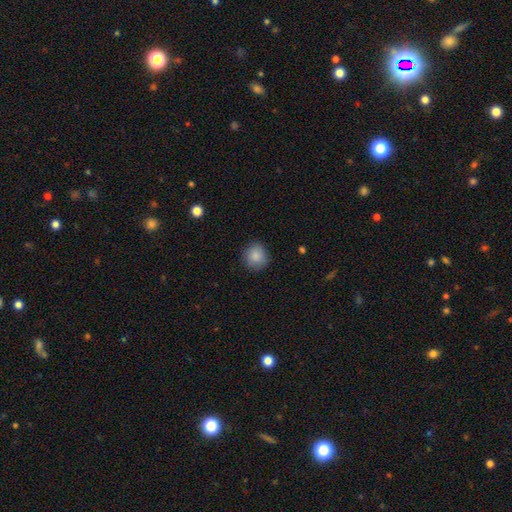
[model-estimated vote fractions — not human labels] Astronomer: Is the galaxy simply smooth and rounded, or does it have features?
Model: smooth — 87%.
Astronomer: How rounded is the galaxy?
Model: round — 88%.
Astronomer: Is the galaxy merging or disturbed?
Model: none — 86%.